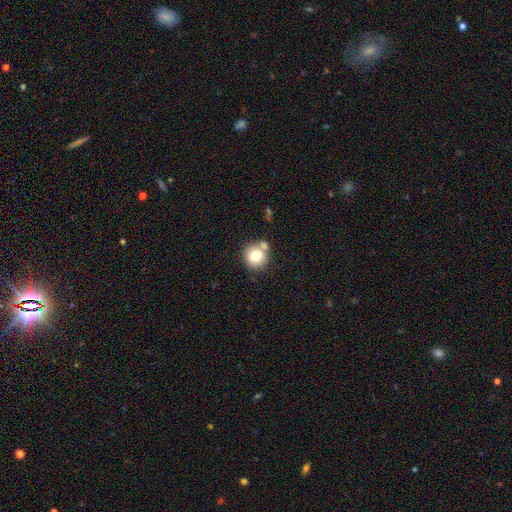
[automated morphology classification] smooth-or-featured: smooth: 77% | featured or disk: 13% | star or artifact: 10%
  how-rounded: round: 91% | in between: 8% | cigar-shaped: 1%
  merging: none: 64% | merger: 22% | minor disturbance: 10% | major disturbance: 3%